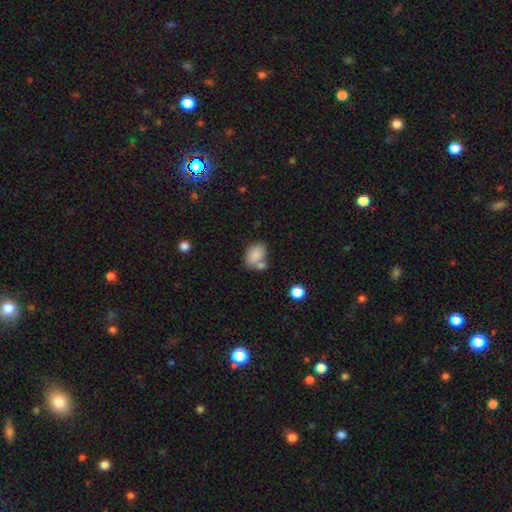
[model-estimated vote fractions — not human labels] The model was most divided on "merging": none: 50%, merger: 28%, minor disturbance: 16%, major disturbance: 6%. More confident: smooth or featured — smooth (84%); how rounded — in between (79%).